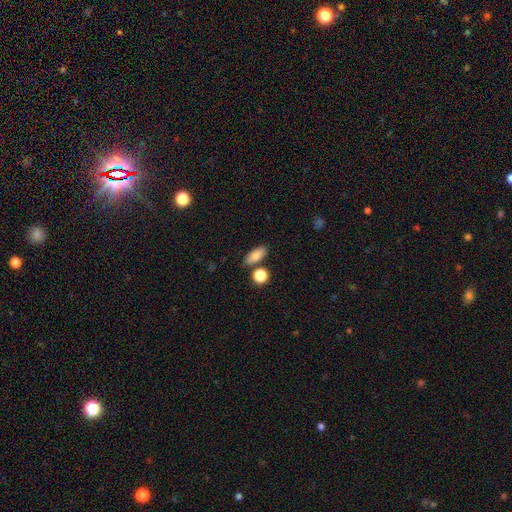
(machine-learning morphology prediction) smooth-or-featured: smooth: 82% | featured or disk: 9% | star or artifact: 9%
  how-rounded: in between: 80% | cigar-shaped: 13% | round: 7%
  merging: none: 77% | minor disturbance: 11% | merger: 9% | major disturbance: 3%